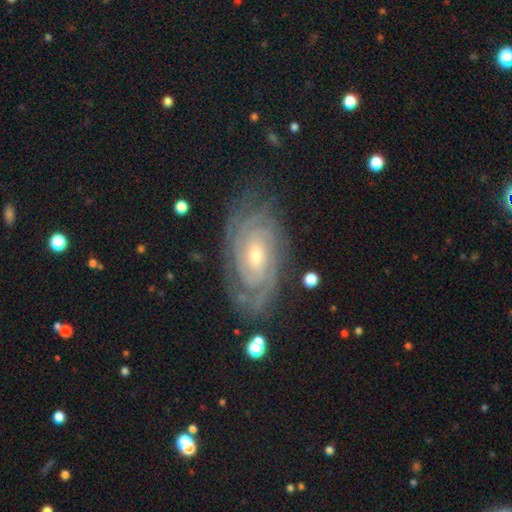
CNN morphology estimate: type=featured or disk (89%); edge-on=no (95%); bar=no (65%); spiral arms=yes (97%); winding=tight (81%); arm count=2 (29%); bulge=small (58%); merging=none (77%).